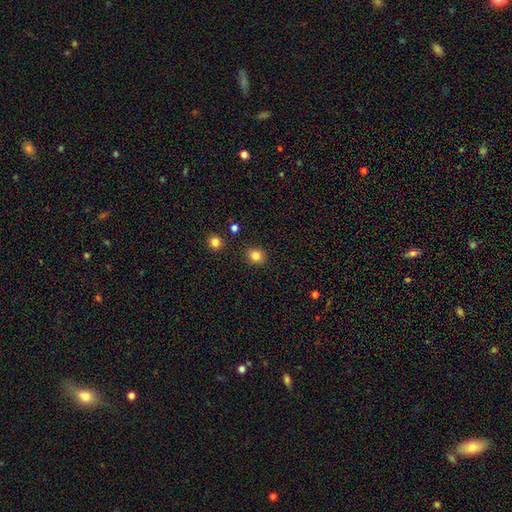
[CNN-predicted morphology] Q: Smooth or featured?
A: smooth (83%); runner-up: star or artifact (12%)
Q: How rounded?
A: round (77%); runner-up: in between (22%)
Q: Merging?
A: none (90%); runner-up: minor disturbance (6%)